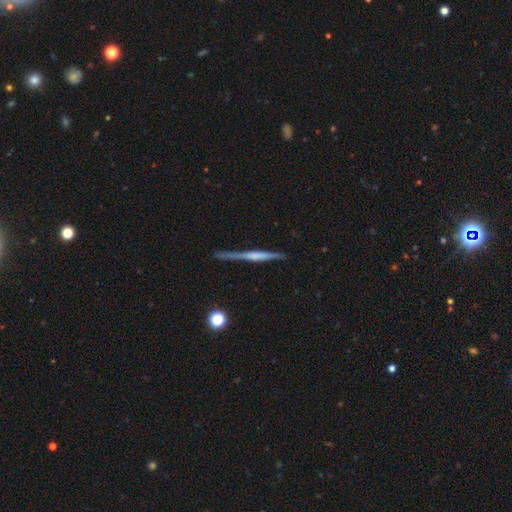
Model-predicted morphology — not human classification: type=featured or disk (72%); edge-on=yes (97%); edge-on bulge=rounded (35%); merging=none (85%).